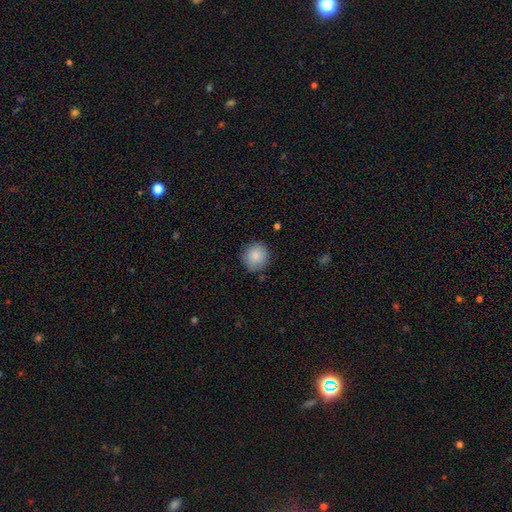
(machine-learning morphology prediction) This appears to be a smooth galaxy with no disk features (87%) that is round (90%). Merging: none (84%).